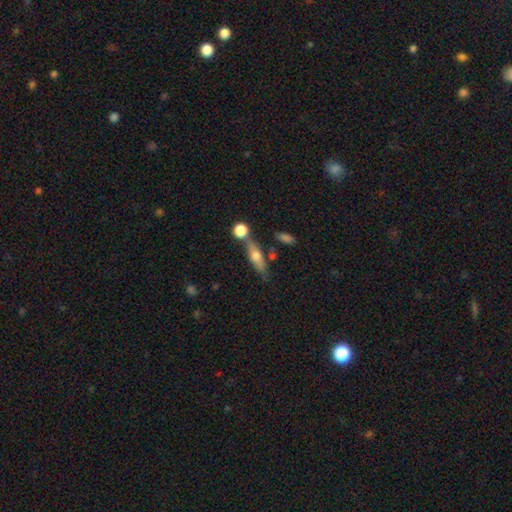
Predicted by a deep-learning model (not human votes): Q: Smooth or featured?
A: smooth (50%); runner-up: featured or disk (42%)
Q: How rounded?
A: cigar-shaped (57%); runner-up: in between (37%)
Q: Merging?
A: none (63%); runner-up: merger (17%)